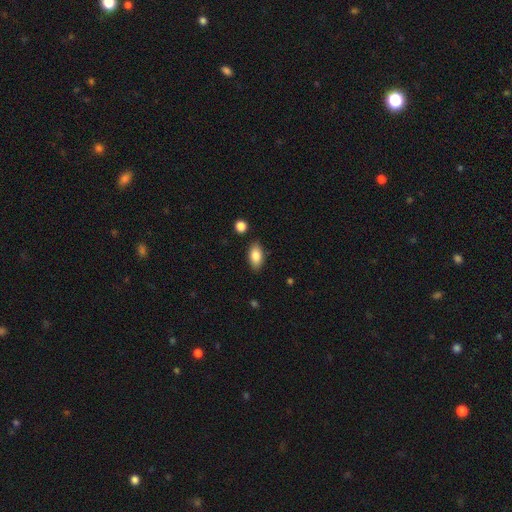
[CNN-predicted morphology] This appears to be a smooth galaxy with no disk features (84%) that is in between round and cigar-shaped (92%). Merging: none (86%).